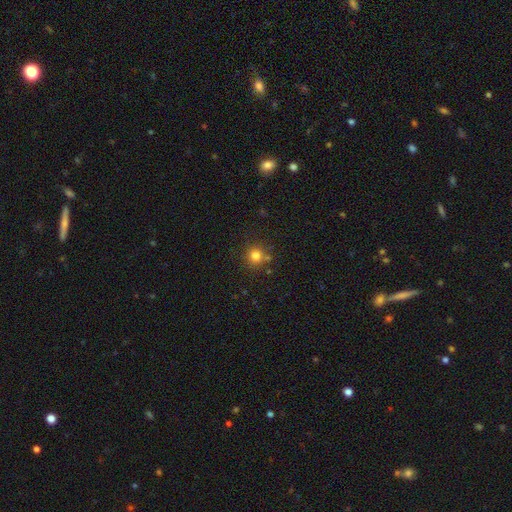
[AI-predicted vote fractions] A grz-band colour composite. It shows a smooth galaxy with no disk features (79%) that is round (92%). Merging: none (78%).